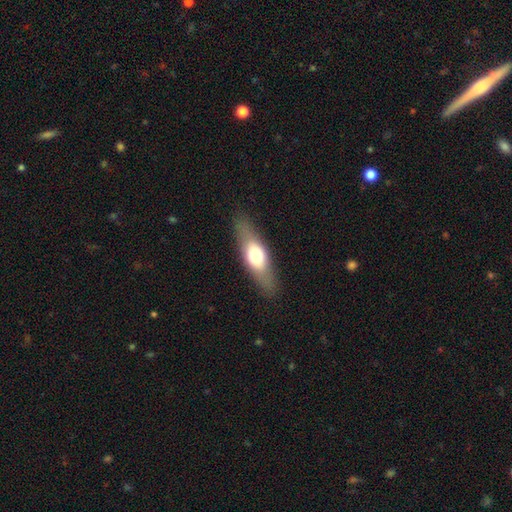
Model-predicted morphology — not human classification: This appears to be a smooth galaxy with no disk features (55%) that is in between round and cigar-shaped (53%). Merging: none (84%).